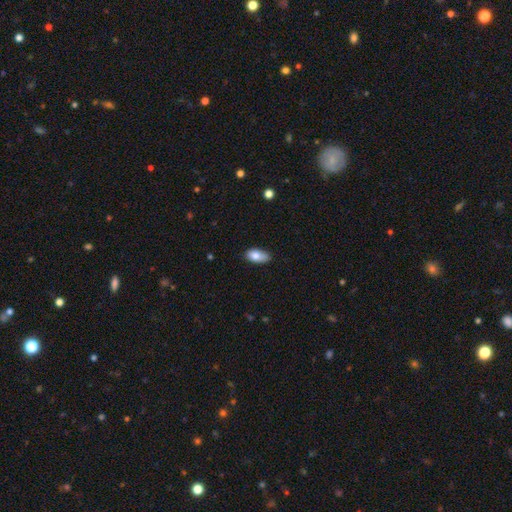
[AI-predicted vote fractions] smooth 81%, featured or disk 12%, star or artifact 7%. Down the decision tree: how rounded — in between (92%); merging — none (75%).